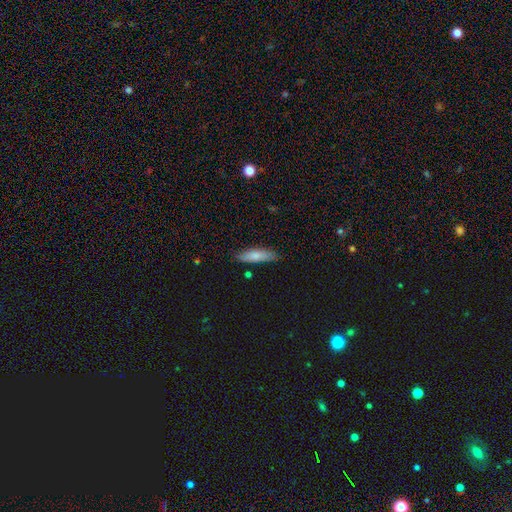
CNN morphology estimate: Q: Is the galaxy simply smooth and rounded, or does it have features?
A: smooth — 80%.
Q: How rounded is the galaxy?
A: cigar-shaped — 56%.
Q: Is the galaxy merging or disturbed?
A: none — 80%.